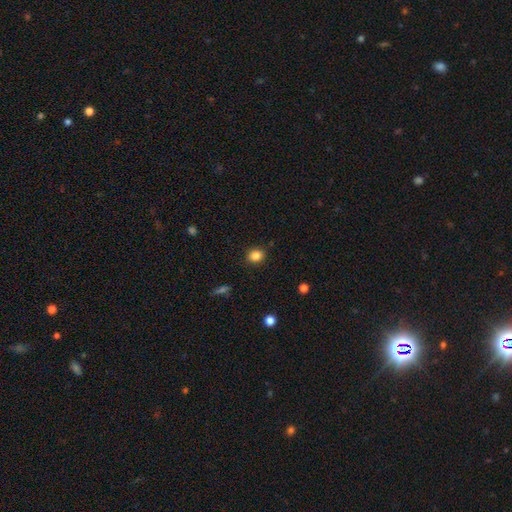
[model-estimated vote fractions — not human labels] smooth-or-featured: smooth: 84% | star or artifact: 11% | featured or disk: 5%
  how-rounded: round: 65% | in between: 34% | cigar-shaped: 1%
  merging: none: 89% | minor disturbance: 8% | major disturbance: 2% | merger: 1%